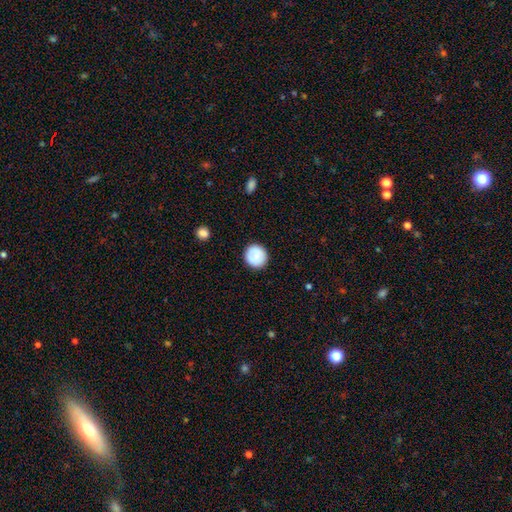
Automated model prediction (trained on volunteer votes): This is clearly a smooth galaxy (82%). How rounded: clearly round (91%). Merging: clearly none (90%).